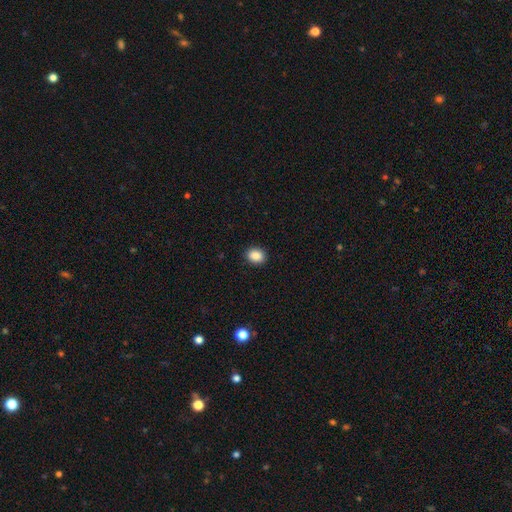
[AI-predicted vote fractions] Morphology: type=smooth (89%); roundness=in between (50%); merging=none (91%).